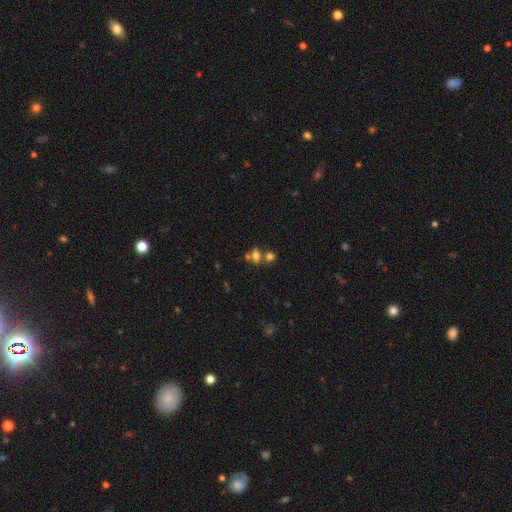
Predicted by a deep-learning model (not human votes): Morphology: type=smooth (67%); roundness=in between (61%); merging=merger (43%).